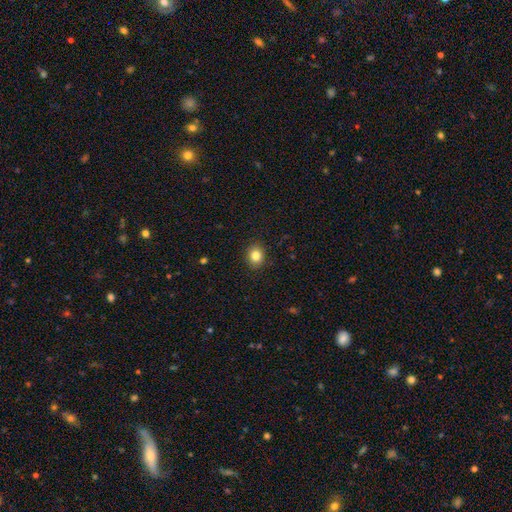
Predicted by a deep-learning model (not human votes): Q: Smooth or featured?
A: smooth (83%); runner-up: star or artifact (10%)
Q: How rounded?
A: round (64%); runner-up: in between (36%)
Q: Merging?
A: none (90%); runner-up: minor disturbance (7%)